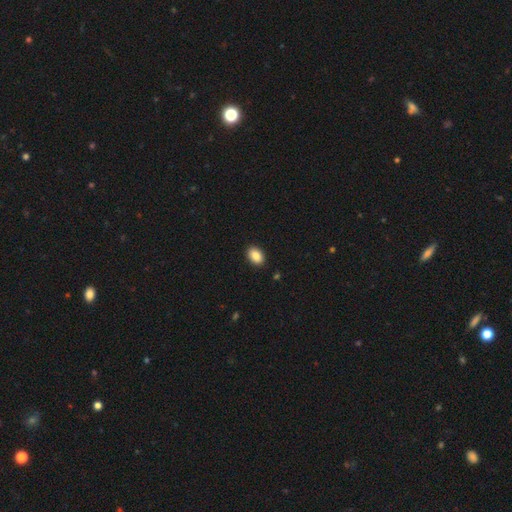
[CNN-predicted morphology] Overall: smooth (88%). How rounded: in between (86%). Merging: none (90%).